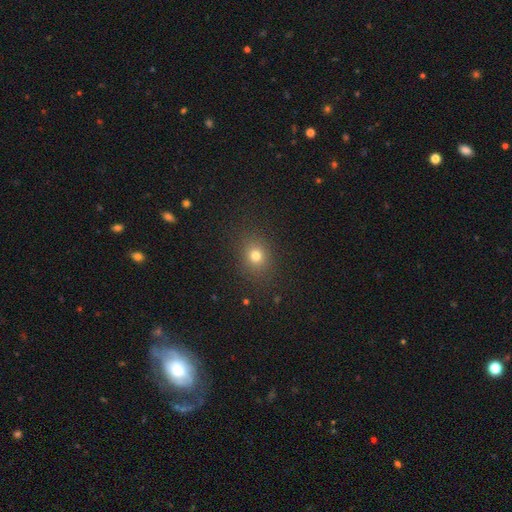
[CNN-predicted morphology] Smooth or featured?
  - smooth: 75% *
  - star or artifact: 17%
  - featured or disk: 8%
How rounded?
  - round: 62% *
  - in between: 37%
  - cigar-shaped: 1%
Merging?
  - none: 86% *
  - minor disturbance: 9%
  - major disturbance: 4%
  - merger: 1%